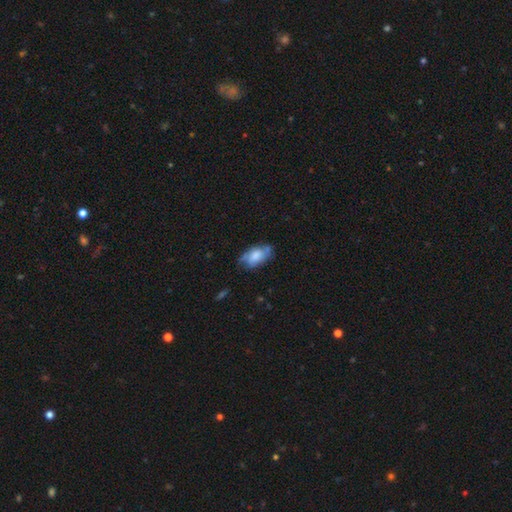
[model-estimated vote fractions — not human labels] Smooth or featured: smooth — 63% (featured or disk — 29%)
How rounded: in between — 91% (round — 5%)
Merging: none — 54% (minor disturbance — 32%)